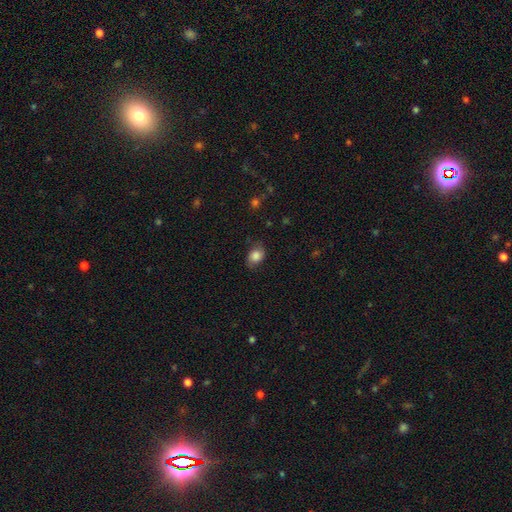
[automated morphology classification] Overall: smooth (78%). How rounded: in between (68%; round 30%). Merging: none (71%).